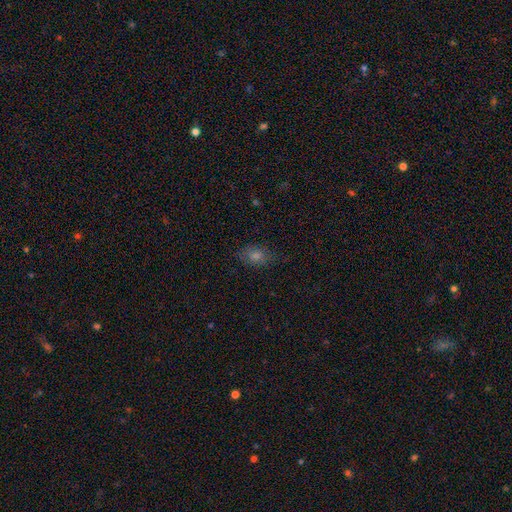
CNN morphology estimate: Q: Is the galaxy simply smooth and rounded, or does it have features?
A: smooth — 66%.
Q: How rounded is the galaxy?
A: in between — 68%.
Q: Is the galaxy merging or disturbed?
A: none — 80%.